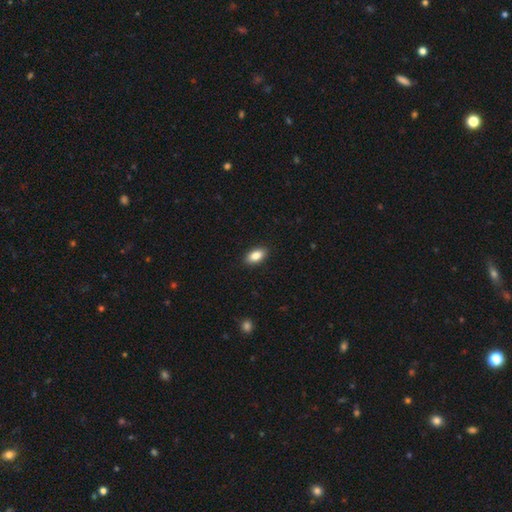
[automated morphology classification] A smooth galaxy with no disk features (86%) that is in between round and cigar-shaped (90%).

Vote fractions:
- Smooth or featured? smooth: 86% / star or artifact: 7% / featured or disk: 7%
- How rounded? in between: 90% / cigar-shaped: 6% / round: 4%
- Merging? none: 89% / minor disturbance: 8% / major disturbance: 2% / merger: 1%